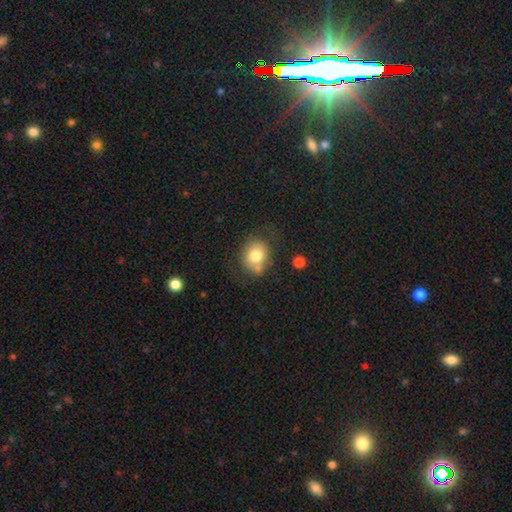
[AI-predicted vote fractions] smooth_or_featured: smooth (p=0.74) [alt: featured or disk p=0.16]
how_rounded: round (p=0.64) [alt: in between p=0.35]
merging: none (p=0.59) [alt: minor disturbance p=0.21]